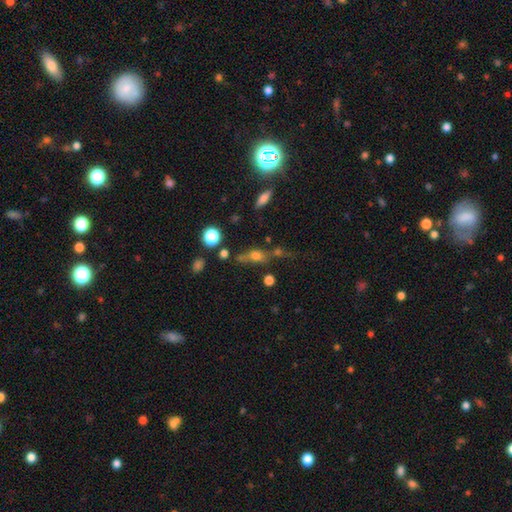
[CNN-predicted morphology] This appears to be a smooth galaxy with no disk features (42%). Merging: none (50%).